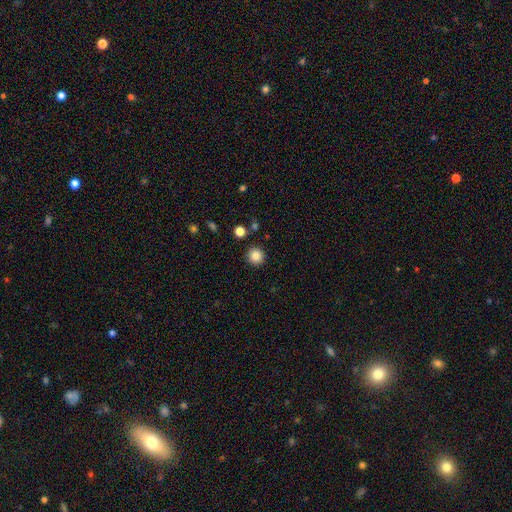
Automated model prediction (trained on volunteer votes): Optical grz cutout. It shows a smooth galaxy with no disk features (86%) that is round (95%). Merging: none (91%).